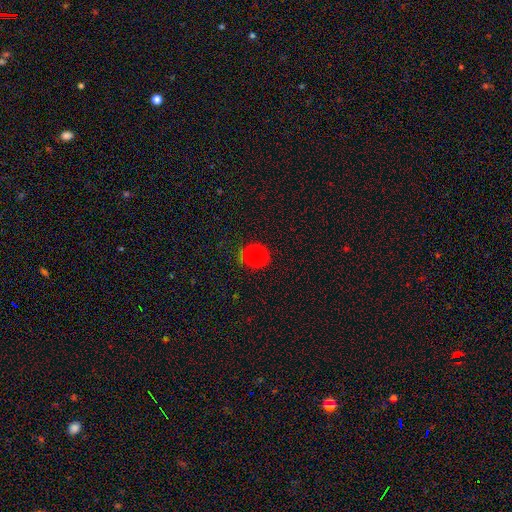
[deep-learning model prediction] smooth 76%, featured or disk 12%, star or artifact 12%. Down the decision tree: how rounded — round (84%); merging — none (74%).